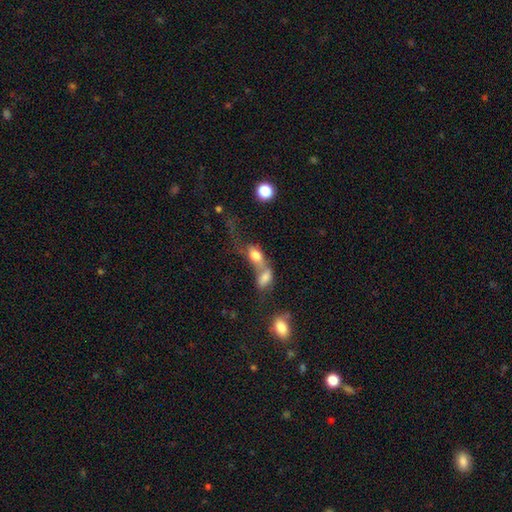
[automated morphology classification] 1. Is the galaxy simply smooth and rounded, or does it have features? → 70% smooth, 19% featured or disk, 11% star or artifact.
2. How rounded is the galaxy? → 79% in between, 15% round, 6% cigar-shaped.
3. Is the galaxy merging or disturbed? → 74% merger, 12% none, 8% major disturbance, 6% minor disturbance.